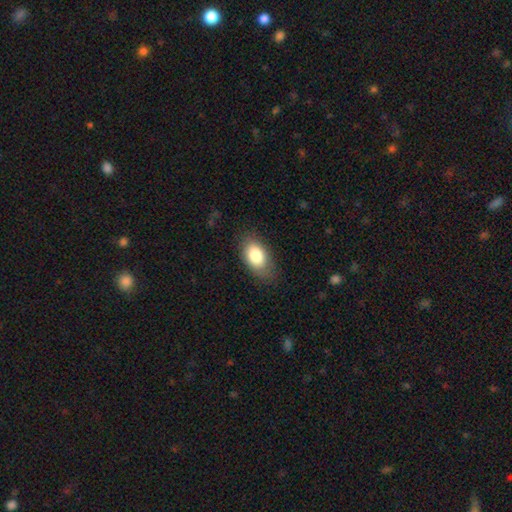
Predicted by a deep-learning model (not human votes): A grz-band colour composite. It shows a smooth galaxy with no disk features (82%) that is in between round and cigar-shaped (91%). Merging: none (77%).